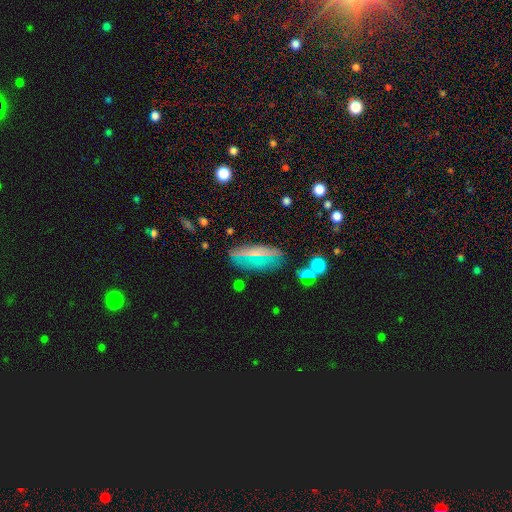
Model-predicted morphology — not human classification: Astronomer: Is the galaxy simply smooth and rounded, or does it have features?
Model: smooth — 49% (runner-up: featured or disk, 33%).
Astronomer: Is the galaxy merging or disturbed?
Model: none — 74%.